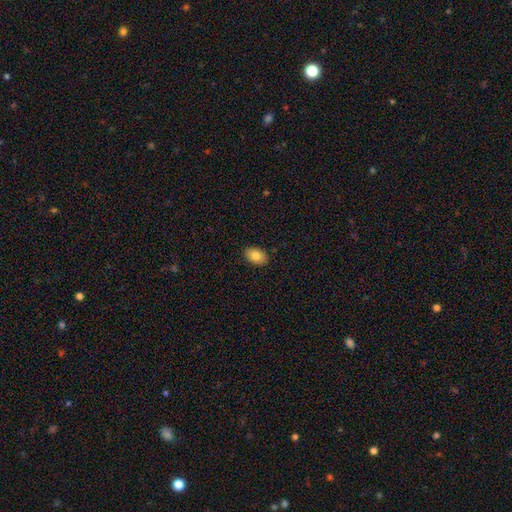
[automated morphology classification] Smooth or featured?
  - smooth: 83% *
  - featured or disk: 9%
  - star or artifact: 8%
How rounded?
  - in between: 88% *
  - round: 11%
  - cigar-shaped: 1%
Merging?
  - none: 89% *
  - minor disturbance: 8%
  - major disturbance: 2%
  - merger: 1%